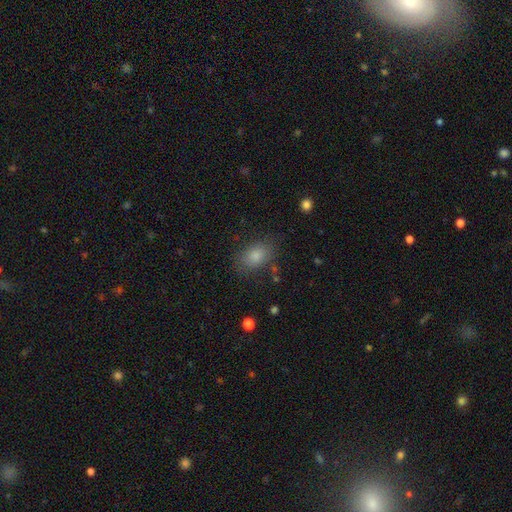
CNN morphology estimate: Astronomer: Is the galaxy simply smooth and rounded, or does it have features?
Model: smooth — 82%.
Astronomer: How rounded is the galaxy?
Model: in between — 81%.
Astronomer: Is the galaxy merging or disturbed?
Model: none — 79%.